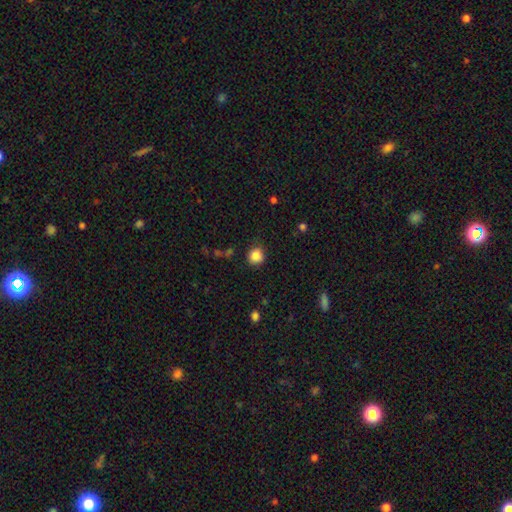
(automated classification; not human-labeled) Overall: smooth (85%). How rounded: round (89%). Merging: none (85%).